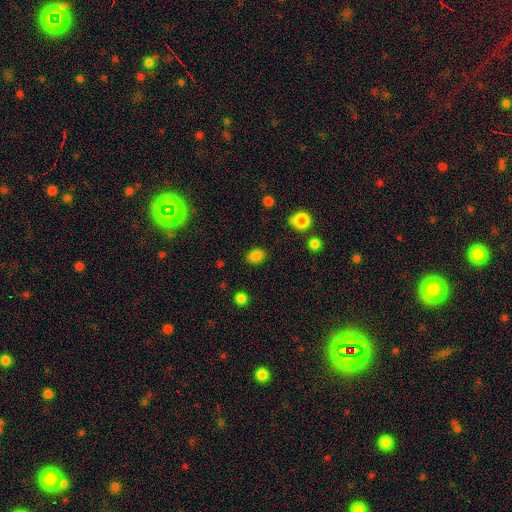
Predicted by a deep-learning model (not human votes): smooth_or_featured: smooth (p=0.84) [alt: star or artifact p=0.13]
how_rounded: in between (p=0.55) [alt: round p=0.43]
merging: none (p=0.86) [alt: minor disturbance p=0.09]